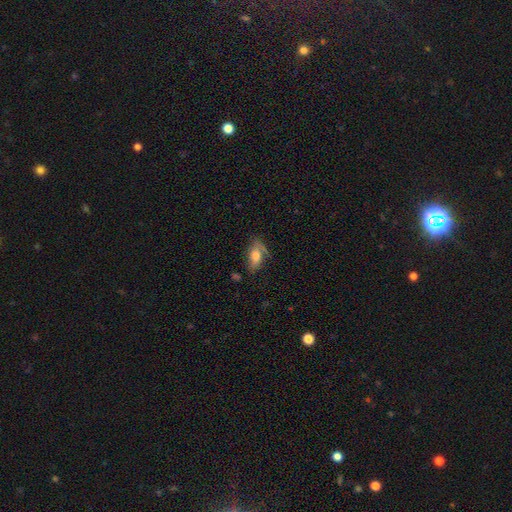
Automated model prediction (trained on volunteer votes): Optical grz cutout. It shows a smooth galaxy with no disk features (65%) that is in between round and cigar-shaped (86%). Merging: none (56%).